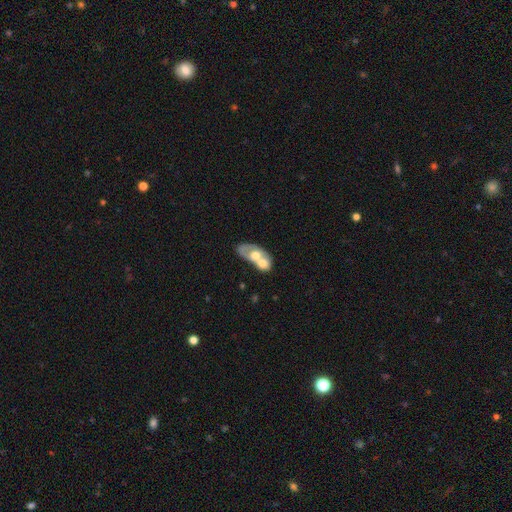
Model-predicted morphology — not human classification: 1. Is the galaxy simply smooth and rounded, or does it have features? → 48% smooth, 45% featured or disk, 6% star or artifact.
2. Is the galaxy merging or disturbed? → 73% merger, 13% none, 7% minor disturbance, 7% major disturbance.